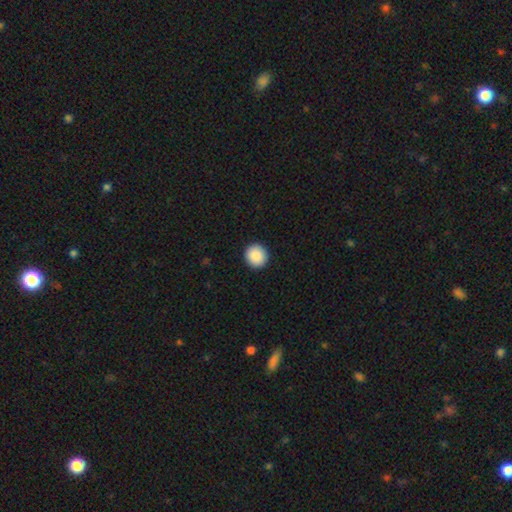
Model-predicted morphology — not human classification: Smooth or featured?
  - smooth: 89% *
  - star or artifact: 8%
  - featured or disk: 3%
How rounded?
  - round: 93% *
  - in between: 6%
  - cigar-shaped: 1%
Merging?
  - none: 93% *
  - minor disturbance: 5%
  - major disturbance: 1%
  - merger: 1%